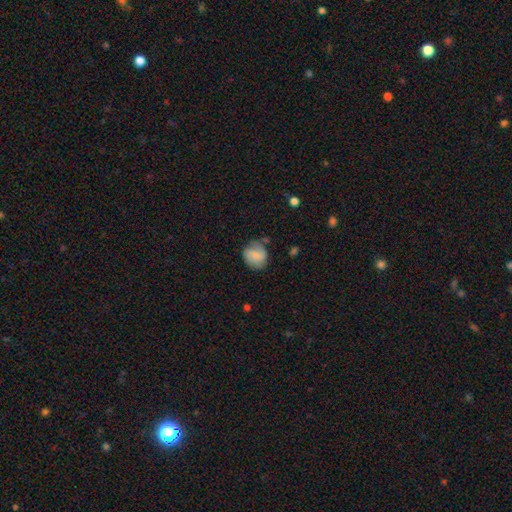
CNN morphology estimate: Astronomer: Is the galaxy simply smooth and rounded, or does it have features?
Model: smooth — 70%.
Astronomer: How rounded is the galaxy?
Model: round — 76%.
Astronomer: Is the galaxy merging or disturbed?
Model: none — 64%.